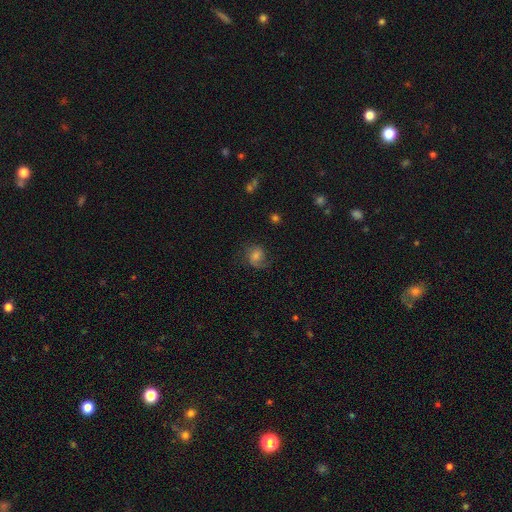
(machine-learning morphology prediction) smooth 47%, featured or disk 41%, star or artifact 12%. Down the decision tree: merging — none (59%).